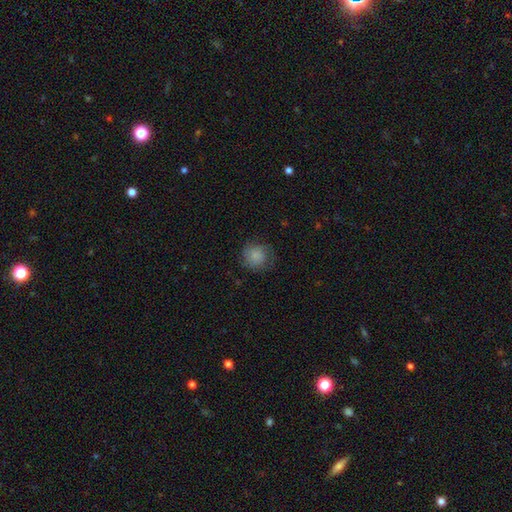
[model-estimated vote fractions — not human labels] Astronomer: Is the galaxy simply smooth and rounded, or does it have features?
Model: smooth — 78%.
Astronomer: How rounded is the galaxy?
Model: round — 88%.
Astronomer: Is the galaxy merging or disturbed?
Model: none — 70%.